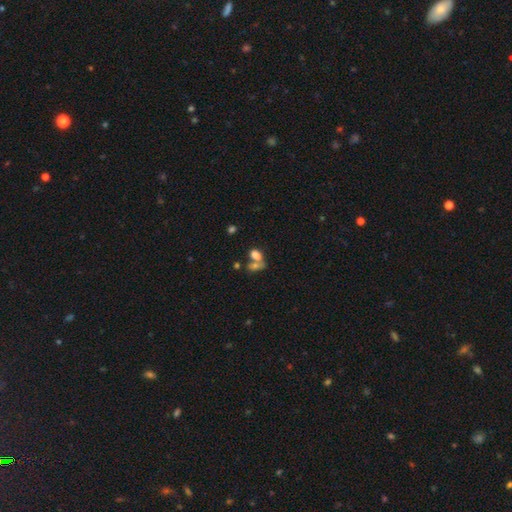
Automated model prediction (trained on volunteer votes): This appears to be a smooth galaxy with no disk features (75%) that is in between round and cigar-shaped (80%). Merging: merger (56%).